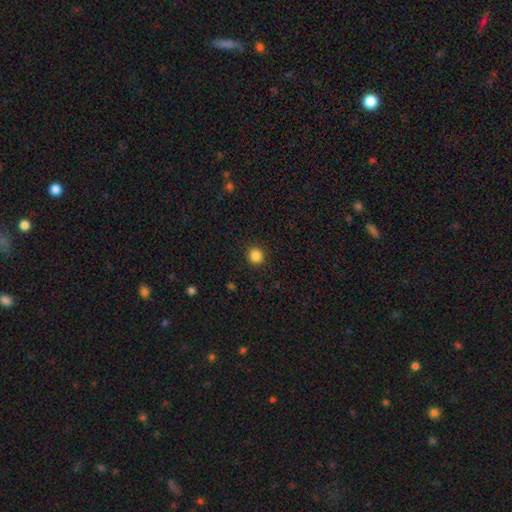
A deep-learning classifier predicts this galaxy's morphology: Overall: smooth (86%). How rounded: round (91%). Merging: none (92%).